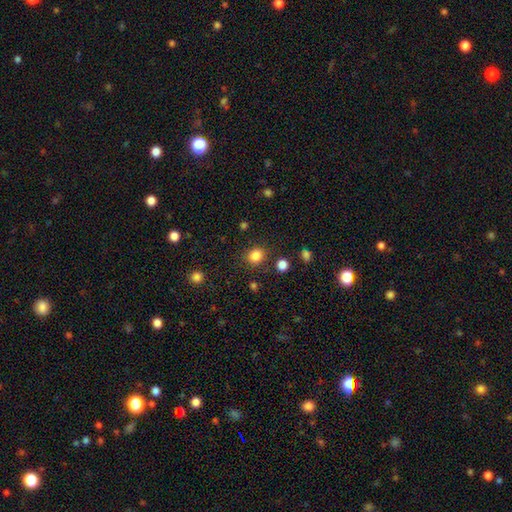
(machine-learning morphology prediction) A smooth galaxy with no disk features (84%) that is round (80%). Merging: none (84%).